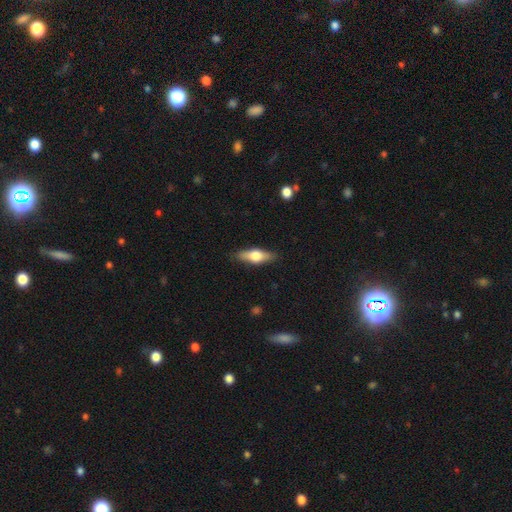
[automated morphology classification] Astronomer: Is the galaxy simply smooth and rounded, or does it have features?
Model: featured or disk — 47%, tied with smooth at 47%.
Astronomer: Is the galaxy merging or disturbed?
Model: none — 87%.